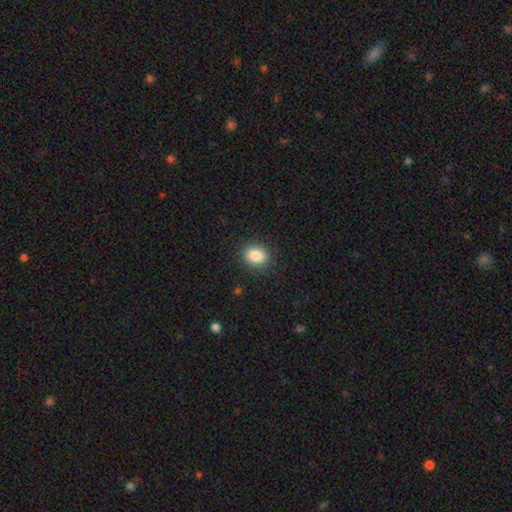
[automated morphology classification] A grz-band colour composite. It shows a smooth galaxy with no disk features (87%) that is round (55%). Merging: none (88%).